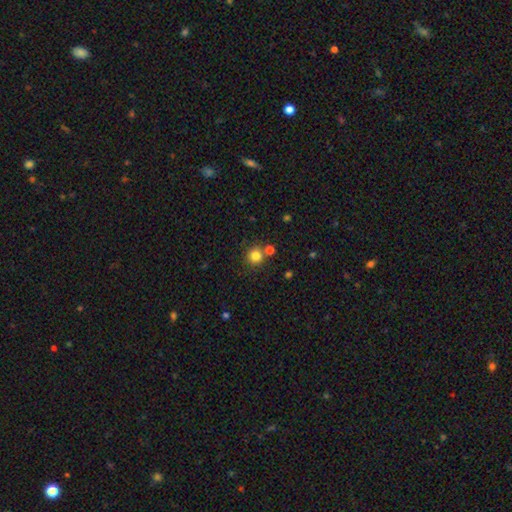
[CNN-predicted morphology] The model was most divided on "merging": none: 73%, merger: 16%, minor disturbance: 8%, major disturbance: 3%. More confident: how rounded — round (91%); smooth or featured — smooth (82%).